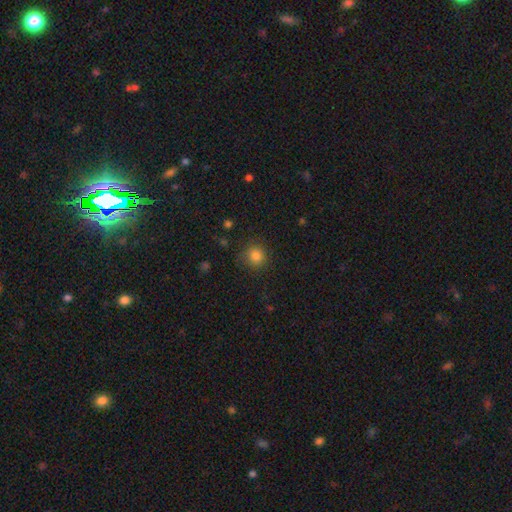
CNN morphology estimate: The model was most divided on "smooth or featured": smooth: 83%, star or artifact: 12%, featured or disk: 5%. More confident: how rounded — round (92%); merging — none (86%).